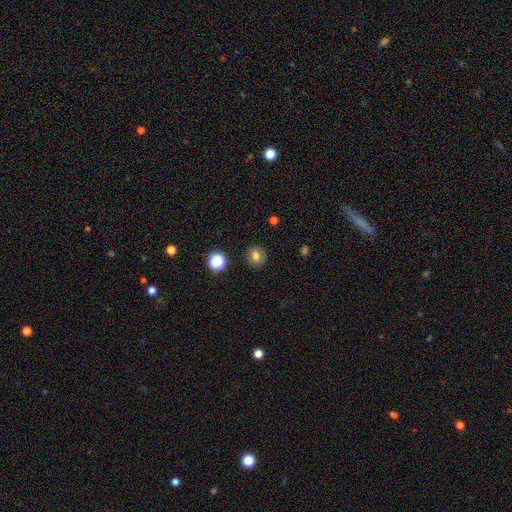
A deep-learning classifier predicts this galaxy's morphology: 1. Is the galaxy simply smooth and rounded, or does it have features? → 72% smooth, 14% featured or disk, 13% star or artifact.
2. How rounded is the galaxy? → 83% round, 16% in between, 1% cigar-shaped.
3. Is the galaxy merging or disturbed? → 85% none, 10% minor disturbance, 3% major disturbance, 2% merger.